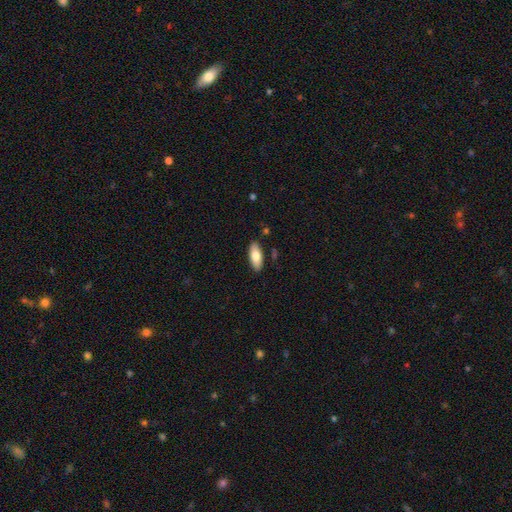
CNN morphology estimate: This is likely a smooth galaxy (78%). How rounded: clearly in between (82%). Merging: clearly none (86%).